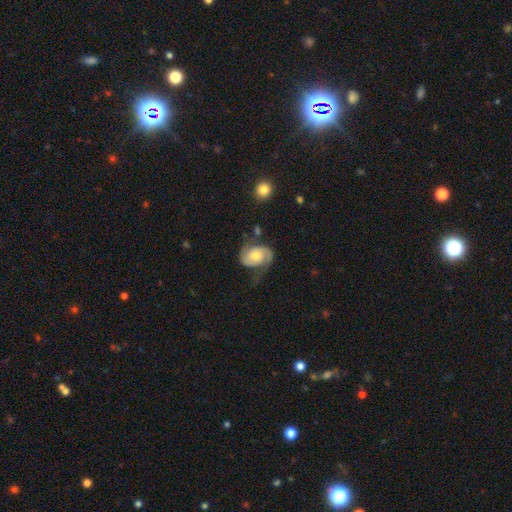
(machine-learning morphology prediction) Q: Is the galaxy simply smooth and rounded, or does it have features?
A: featured or disk — 78%.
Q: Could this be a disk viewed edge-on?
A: no — 97%.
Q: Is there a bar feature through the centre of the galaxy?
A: no — 68%.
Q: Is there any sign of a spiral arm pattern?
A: yes — 94%.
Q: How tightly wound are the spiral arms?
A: medium — 42%.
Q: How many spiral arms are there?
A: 2 — 78%.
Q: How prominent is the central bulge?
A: moderate — 54%.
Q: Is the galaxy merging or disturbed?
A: none — 51%.